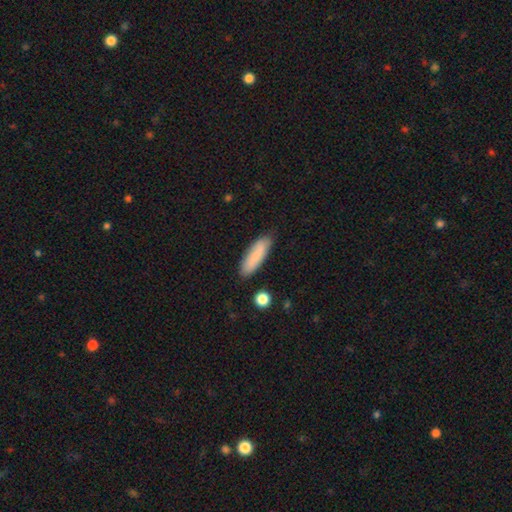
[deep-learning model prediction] Morphology: type=smooth (81%); roundness=cigar-shaped (52%); merging=none (83%).